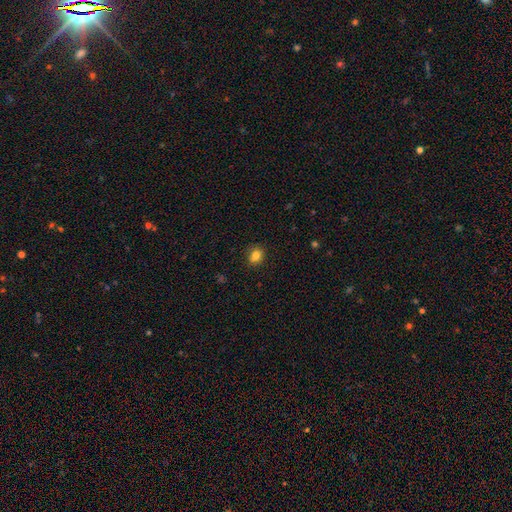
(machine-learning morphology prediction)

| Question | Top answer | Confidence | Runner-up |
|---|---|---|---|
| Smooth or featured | smooth | 83% | star or artifact (11%) |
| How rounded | round | 53% | in between (46%) |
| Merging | none | 87% | minor disturbance (10%) |